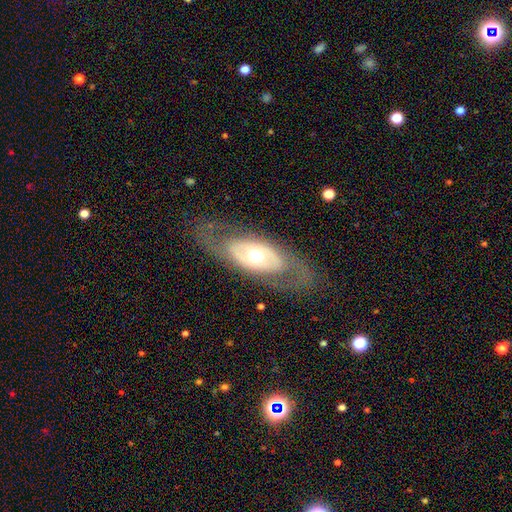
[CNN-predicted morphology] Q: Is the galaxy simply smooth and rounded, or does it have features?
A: featured or disk — 62%.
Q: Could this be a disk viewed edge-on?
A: no — 82%.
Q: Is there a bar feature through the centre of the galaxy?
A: no — 85%.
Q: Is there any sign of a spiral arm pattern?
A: no — 81%.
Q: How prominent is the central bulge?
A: moderate — 64%.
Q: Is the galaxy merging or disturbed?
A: none — 76%.